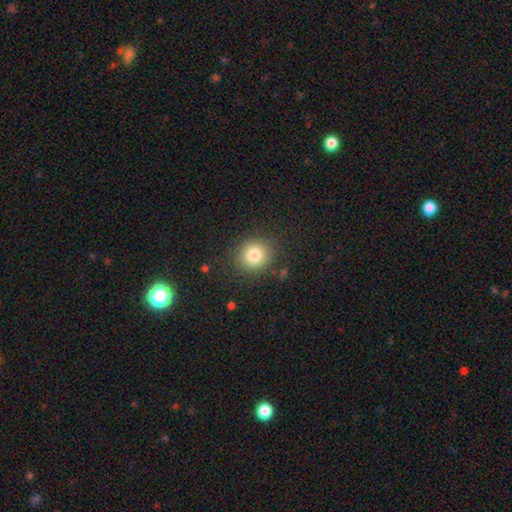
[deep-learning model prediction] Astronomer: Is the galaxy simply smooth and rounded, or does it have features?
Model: smooth — 82%.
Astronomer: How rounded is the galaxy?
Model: round — 84%.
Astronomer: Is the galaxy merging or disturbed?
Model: none — 86%.